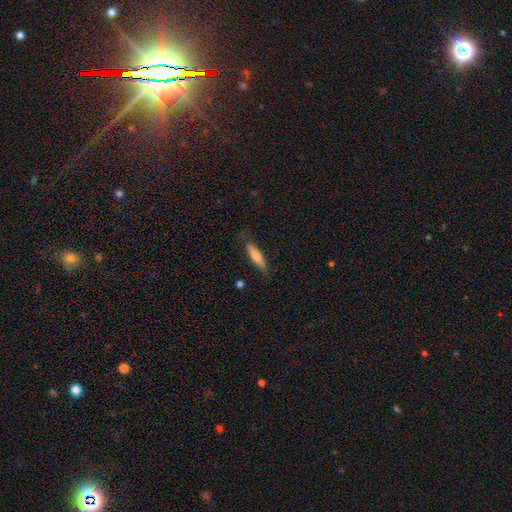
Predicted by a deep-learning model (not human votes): smooth 71%, featured or disk 22%, star or artifact 7%. Down the decision tree: how rounded — cigar-shaped (71%); merging — none (76%).